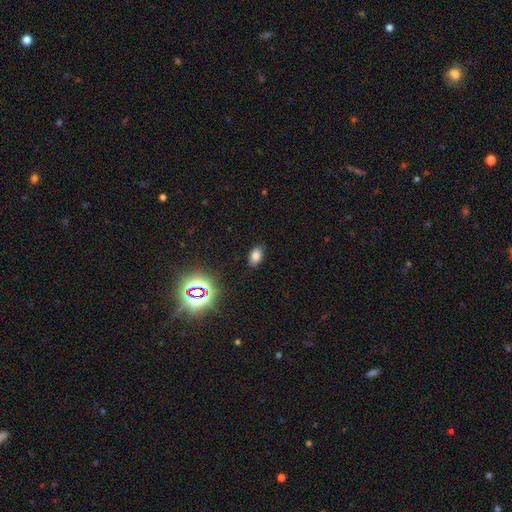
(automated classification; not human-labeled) A smooth galaxy with no disk features (76%) that is in between round and cigar-shaped (89%). Merging: none (86%).